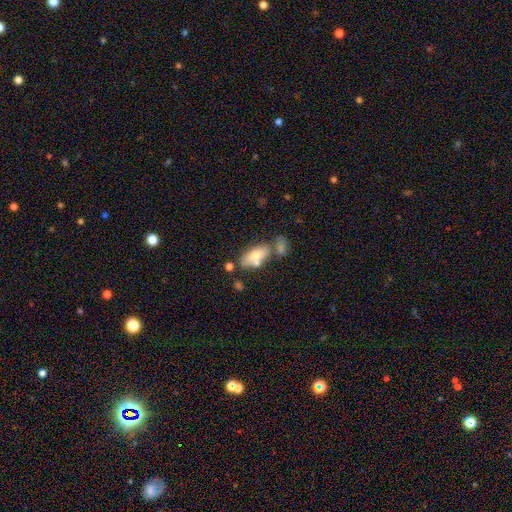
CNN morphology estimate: smooth-or-featured: smooth: 70% | featured or disk: 22% | star or artifact: 7%
  how-rounded: in between: 84% | cigar-shaped: 12% | round: 4%
  merging: none: 50% | merger: 29% | minor disturbance: 15% | major disturbance: 6%